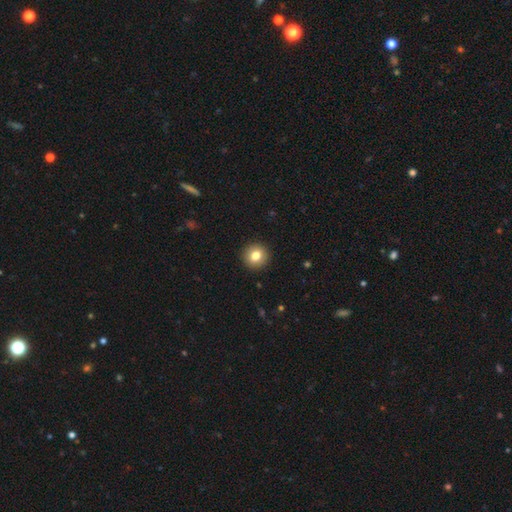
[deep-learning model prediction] Smooth or featured?
  - smooth: 80% *
  - featured or disk: 10%
  - star or artifact: 10%
How rounded?
  - round: 94% *
  - in between: 5%
  - cigar-shaped: 1%
Merging?
  - none: 93% *
  - minor disturbance: 4%
  - major disturbance: 2%
  - merger: 1%